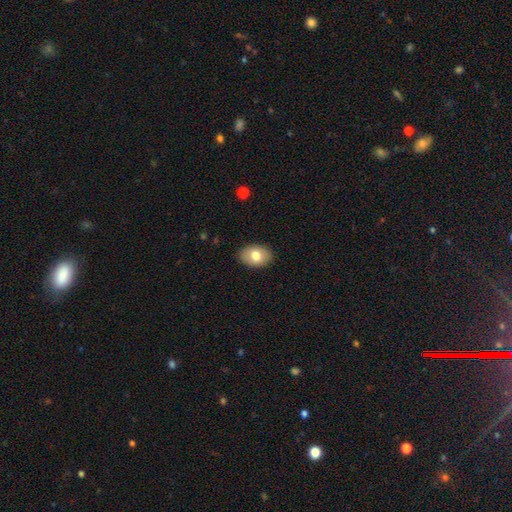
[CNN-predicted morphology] smooth_or_featured: smooth (p=0.76) [alt: featured or disk p=0.17]
how_rounded: in between (p=0.84) [alt: round p=0.15]
merging: none (p=0.88) [alt: minor disturbance p=0.09]